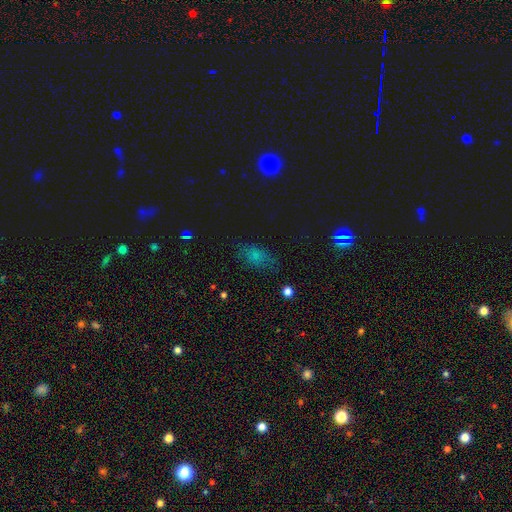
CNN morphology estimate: type=smooth (64%); roundness=in between (84%); merging=none (67%).